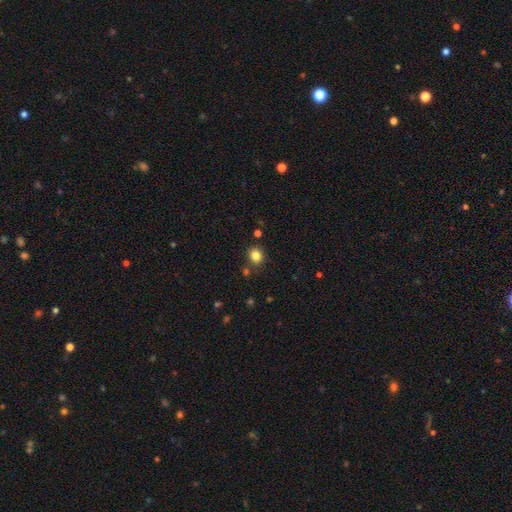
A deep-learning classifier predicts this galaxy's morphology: This appears to be a smooth galaxy with no disk features (83%) that is round (68%). Merging: none (84%).